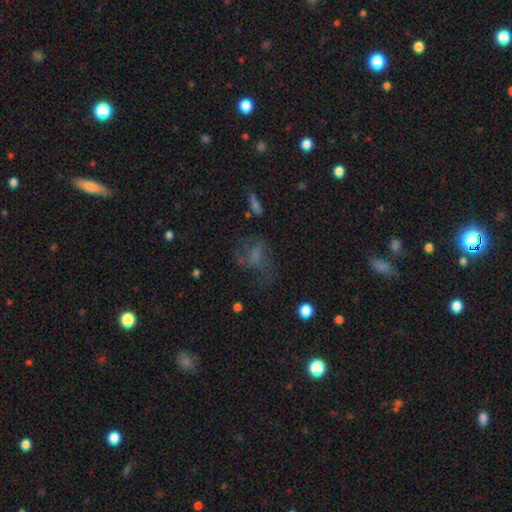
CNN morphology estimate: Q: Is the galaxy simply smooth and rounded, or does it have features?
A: smooth — 42%.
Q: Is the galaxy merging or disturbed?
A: none — 42%.